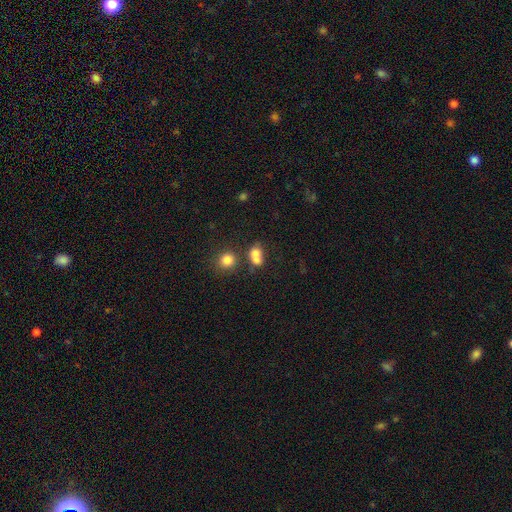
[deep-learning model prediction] Smooth or featured? smooth (74%)
How rounded? round (53%)
Merging? merger (57%)